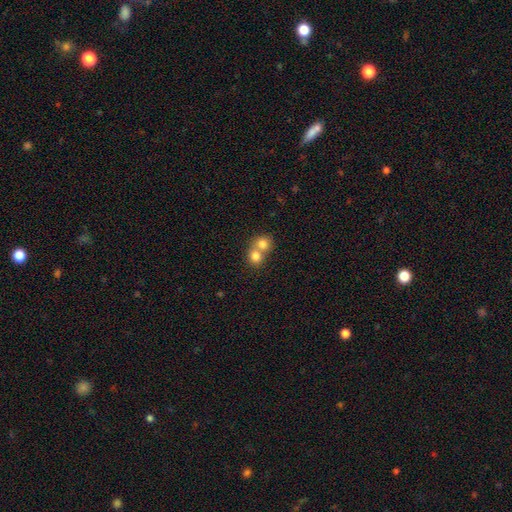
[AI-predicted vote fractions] A smooth galaxy with no disk features (78%) that is round (77%). Merging: merger (64%).